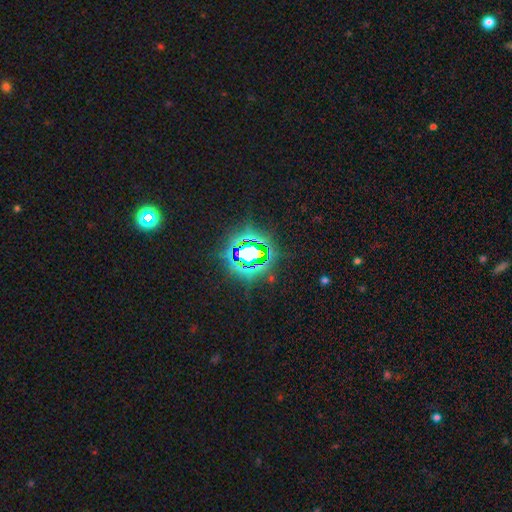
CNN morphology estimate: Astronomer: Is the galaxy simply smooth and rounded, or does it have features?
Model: star or artifact — 78%.